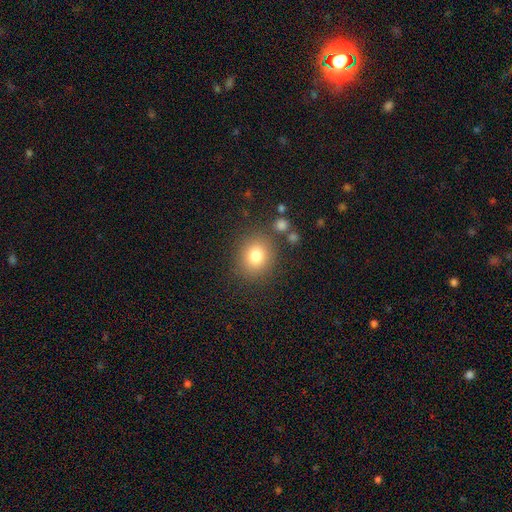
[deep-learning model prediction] The model was most divided on "how rounded": round: 74%, in between: 25%, cigar-shaped: 1%. More confident: merging — none (81%); smooth or featured — smooth (80%).